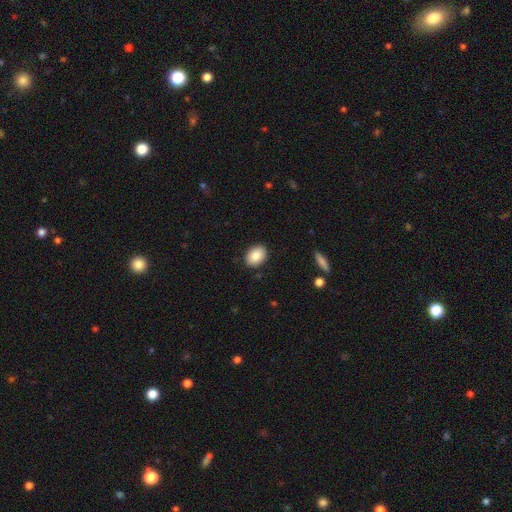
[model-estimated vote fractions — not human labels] The model was most divided on "how rounded": in between: 77%, round: 22%, cigar-shaped: 1%. More confident: merging — none (88%); smooth or featured — smooth (85%).